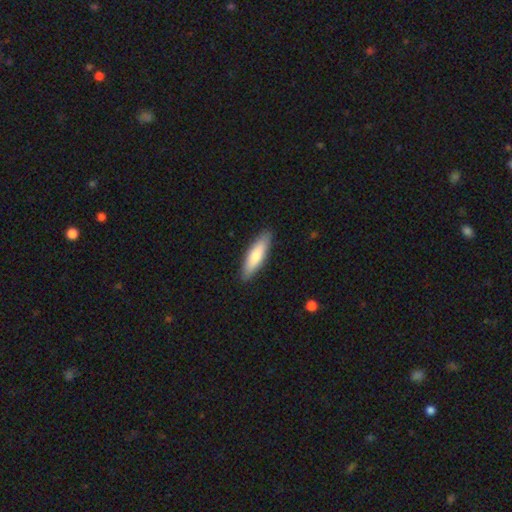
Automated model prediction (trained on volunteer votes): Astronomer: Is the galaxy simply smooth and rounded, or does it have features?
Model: smooth — 70%.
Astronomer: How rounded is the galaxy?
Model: cigar-shaped — 67%.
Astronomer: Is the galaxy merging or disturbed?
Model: none — 90%.